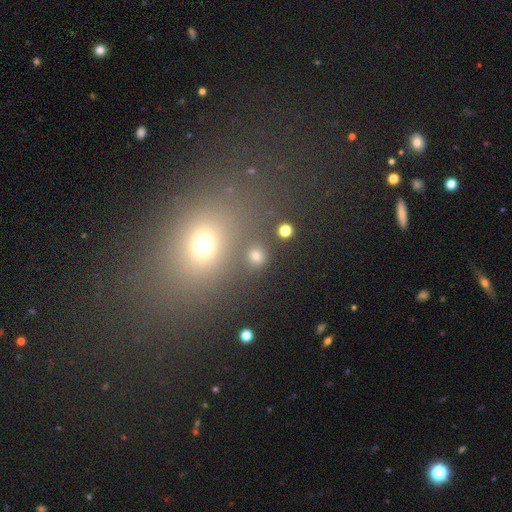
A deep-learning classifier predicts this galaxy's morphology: This is possibly a smooth galaxy (56%). How rounded: possibly in between (49%). Merging: likely none (76%).